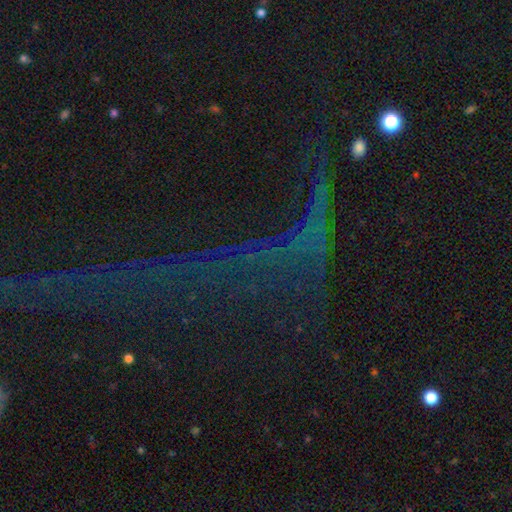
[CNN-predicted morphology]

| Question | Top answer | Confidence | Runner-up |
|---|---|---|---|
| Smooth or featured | star or artifact | 65% | featured or disk (20%) |